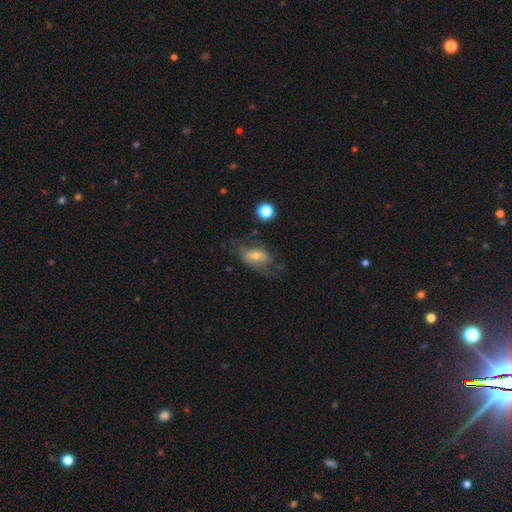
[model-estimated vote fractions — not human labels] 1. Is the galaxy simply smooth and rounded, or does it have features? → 55% featured or disk, 35% smooth, 10% star or artifact.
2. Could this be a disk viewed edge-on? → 92% no, 8% yes.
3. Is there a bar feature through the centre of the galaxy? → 52% no, 33% weak, 15% strong.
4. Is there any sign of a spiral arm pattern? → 66% yes, 34% no.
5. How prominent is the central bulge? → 48% moderate, 44% small, 5% large, 2% none, 1% dominant.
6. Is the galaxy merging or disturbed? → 48% none, 26% major disturbance, 23% minor disturbance, 3% merger.